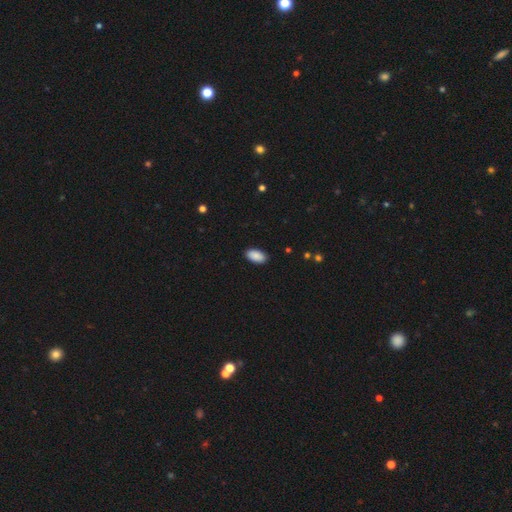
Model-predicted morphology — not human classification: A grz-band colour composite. It shows a smooth galaxy with no disk features (90%) that is in between round and cigar-shaped (95%). Merging: none (90%).